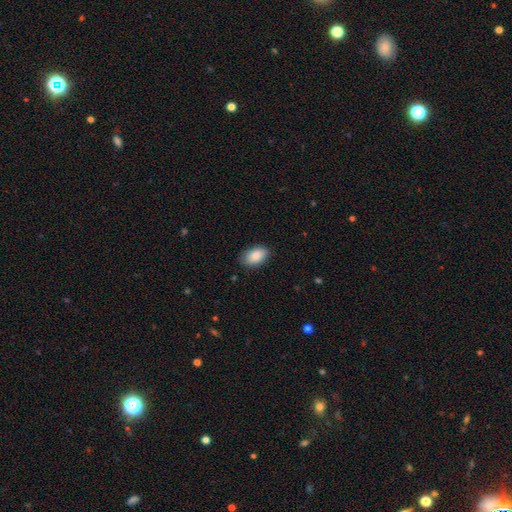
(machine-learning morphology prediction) smooth 89%, star or artifact 6%, featured or disk 5%. Down the decision tree: how rounded — in between (93%); merging — none (80%).